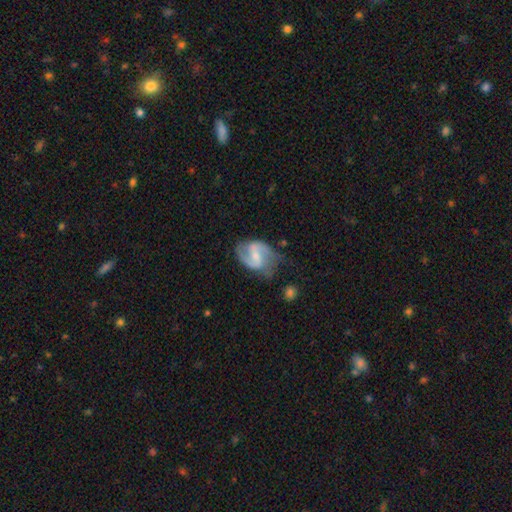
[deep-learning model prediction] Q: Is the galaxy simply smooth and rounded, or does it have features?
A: featured or disk — 82%.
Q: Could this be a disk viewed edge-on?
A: no — 98%.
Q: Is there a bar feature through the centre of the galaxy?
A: weak — 55%.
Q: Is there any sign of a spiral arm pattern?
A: yes — 94%.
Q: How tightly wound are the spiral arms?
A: medium — 52%.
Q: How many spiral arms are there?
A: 2 — 88%.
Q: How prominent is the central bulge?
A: small — 45%.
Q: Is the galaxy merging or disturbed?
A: none — 57%.